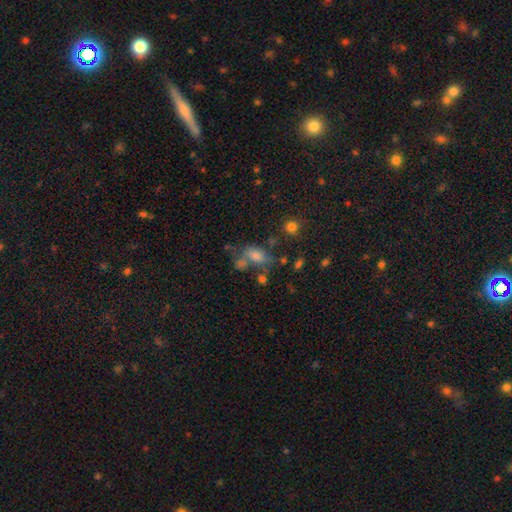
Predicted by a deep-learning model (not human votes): A smooth galaxy with no disk features (65%) that is in between round and cigar-shaped (81%). Merging: none (39%).